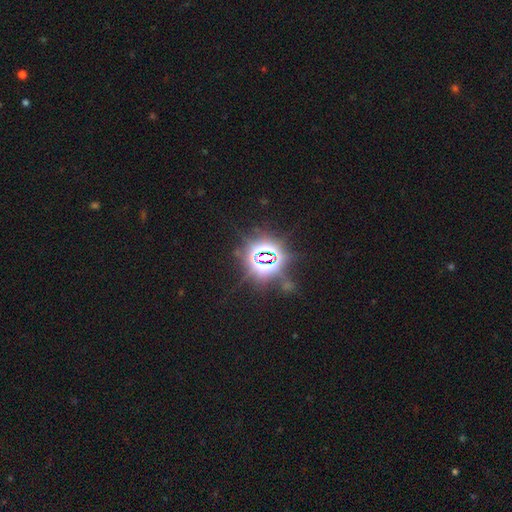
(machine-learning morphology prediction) Smooth or featured? Predicted: star or artifact (p=0.83).